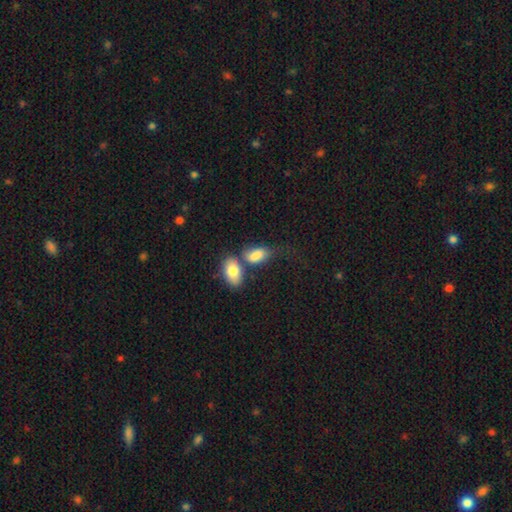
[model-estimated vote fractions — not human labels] smooth-or-featured: smooth: 83% | featured or disk: 10% | star or artifact: 7%
  how-rounded: in between: 90% | round: 6% | cigar-shaped: 3%
  merging: merger: 38% | none: 33% | minor disturbance: 18% | major disturbance: 11%